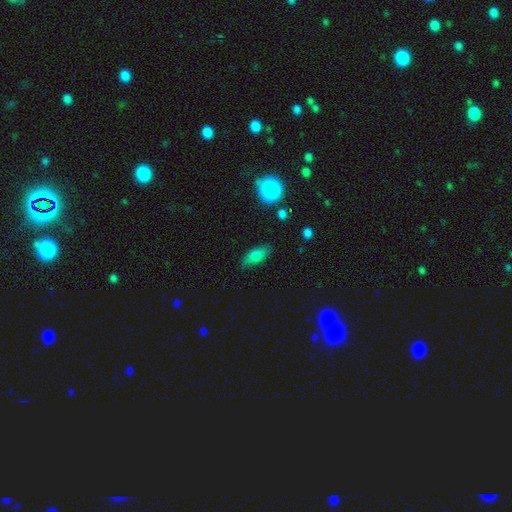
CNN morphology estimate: smooth 75%, featured or disk 16%, star or artifact 9%. Down the decision tree: how rounded — in between (81%); merging — none (79%).